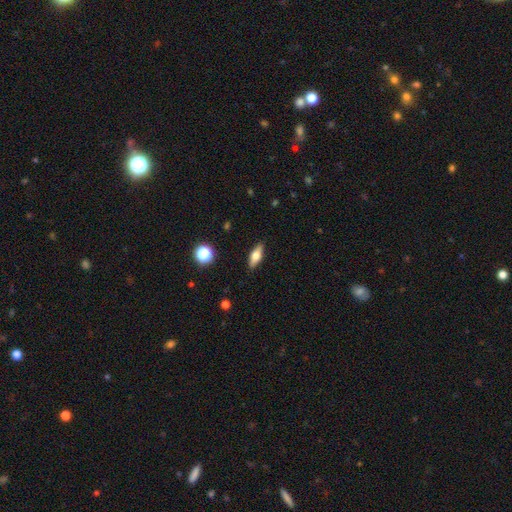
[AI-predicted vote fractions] This is possibly a smooth galaxy (58%). How rounded: likely in between (66%). Merging: clearly none (88%).